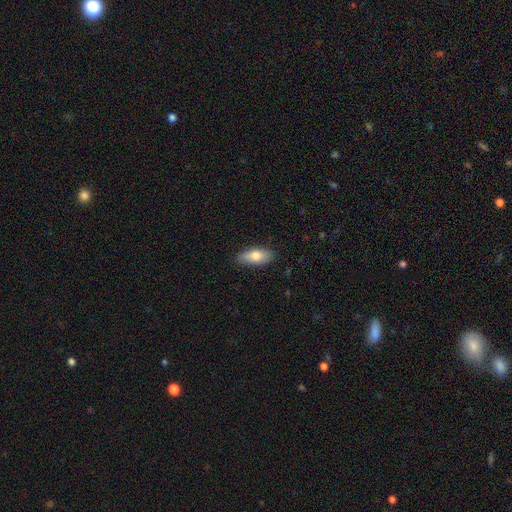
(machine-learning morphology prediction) This appears to be a smooth galaxy with no disk features (75%) that is in between round and cigar-shaped (82%). Merging: none (83%).